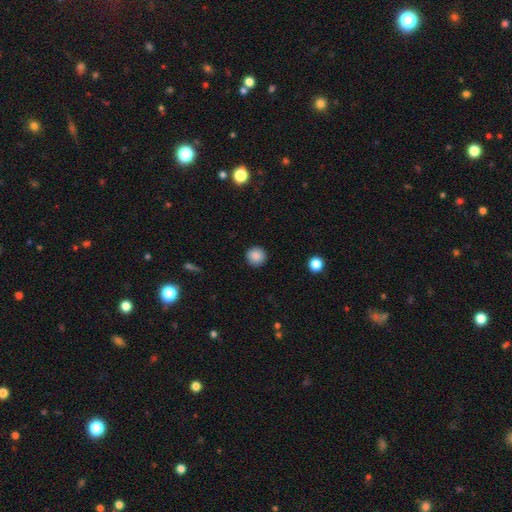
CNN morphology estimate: type=smooth (88%); roundness=round (94%); merging=none (92%).